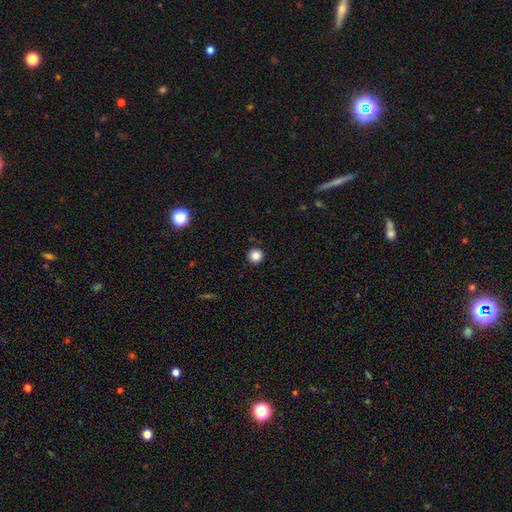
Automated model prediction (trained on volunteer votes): Q: Smooth or featured?
A: smooth (85%); runner-up: star or artifact (11%)
Q: How rounded?
A: round (96%); runner-up: in between (3%)
Q: Merging?
A: none (92%); runner-up: minor disturbance (5%)